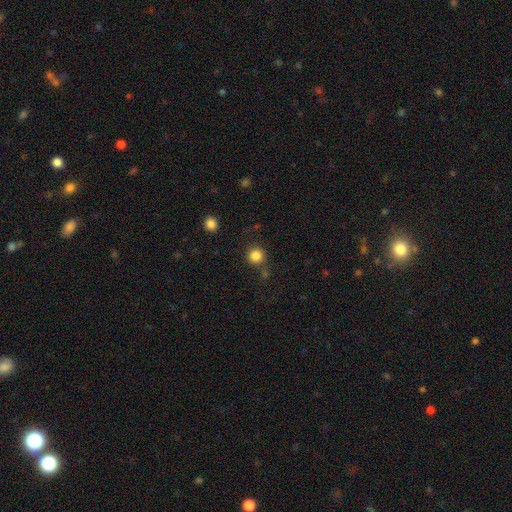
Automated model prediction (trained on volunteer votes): Smooth or featured: smooth — 85% (star or artifact — 11%)
How rounded: round — 93% (in between — 6%)
Merging: none — 81% (minor disturbance — 9%)